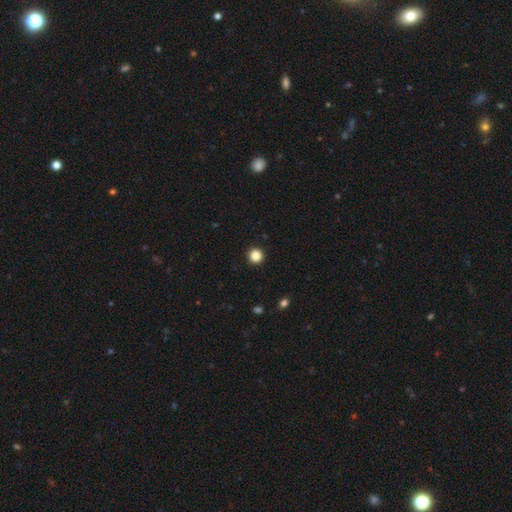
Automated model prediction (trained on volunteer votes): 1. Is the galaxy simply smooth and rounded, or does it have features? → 86% smooth, 11% star or artifact, 3% featured or disk.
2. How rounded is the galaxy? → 96% round, 3% in between, 1% cigar-shaped.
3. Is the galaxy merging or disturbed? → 94% none, 4% minor disturbance, 1% major disturbance, 1% merger.